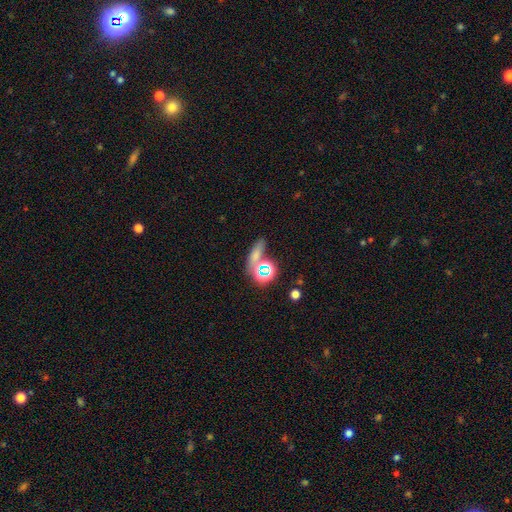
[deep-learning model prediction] The model was most divided on "how rounded": cigar-shaped: 39%, in between: 37%, round: 24%. More confident: merging — none (64%); smooth or featured — smooth (57%).